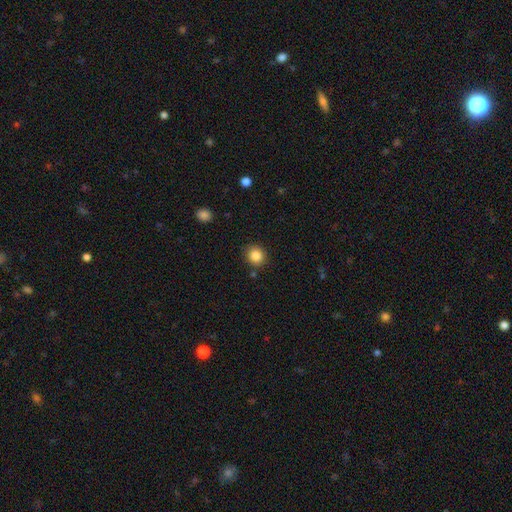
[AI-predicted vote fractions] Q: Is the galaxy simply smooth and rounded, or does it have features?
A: smooth — 86%.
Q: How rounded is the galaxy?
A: round — 85%.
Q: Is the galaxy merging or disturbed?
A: none — 86%.